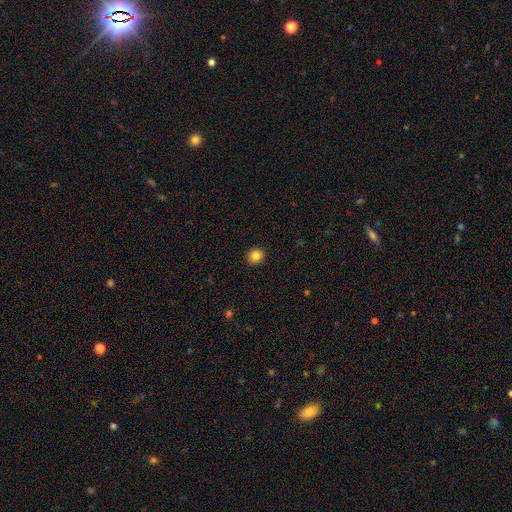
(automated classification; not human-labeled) This is clearly a smooth galaxy (84%). How rounded: clearly round (84%). Merging: clearly none (92%).